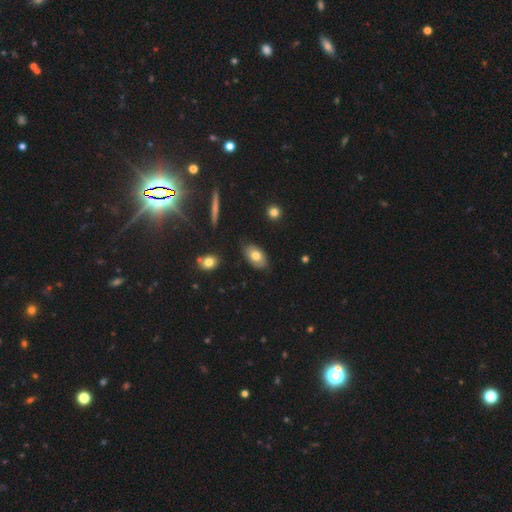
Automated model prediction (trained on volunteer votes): Smooth or featured: smooth — 67% (featured or disk — 26%)
How rounded: in between — 92% (round — 6%)
Merging: none — 79% (minor disturbance — 16%)